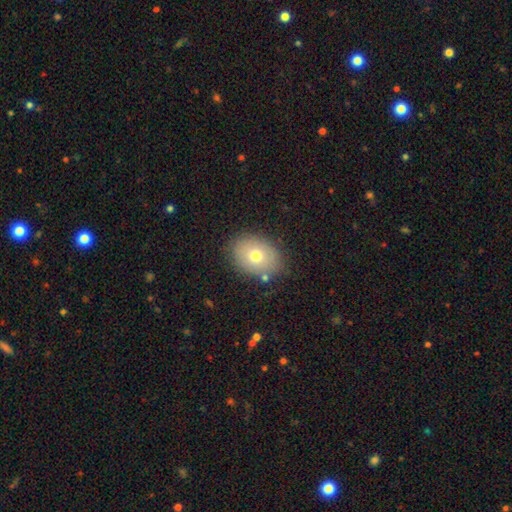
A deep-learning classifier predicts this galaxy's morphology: Smooth or featured? smooth (70%)
How rounded? in between (65%)
Merging? none (81%)